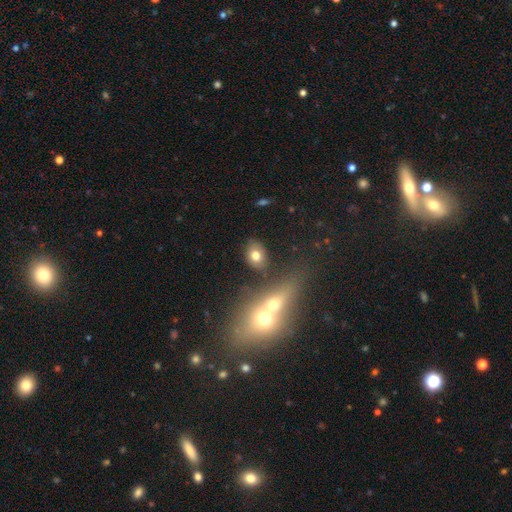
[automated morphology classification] smooth_or_featured: smooth (p=0.75) [alt: featured or disk p=0.14]
how_rounded: in between (p=0.62) [alt: round p=0.36]
merging: none (p=0.74) [alt: minor disturbance p=0.11]